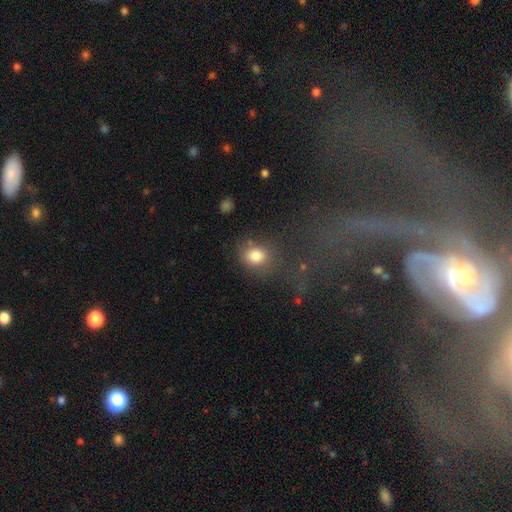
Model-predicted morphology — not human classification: type=smooth (81%); roundness=round (67%); merging=none (60%).